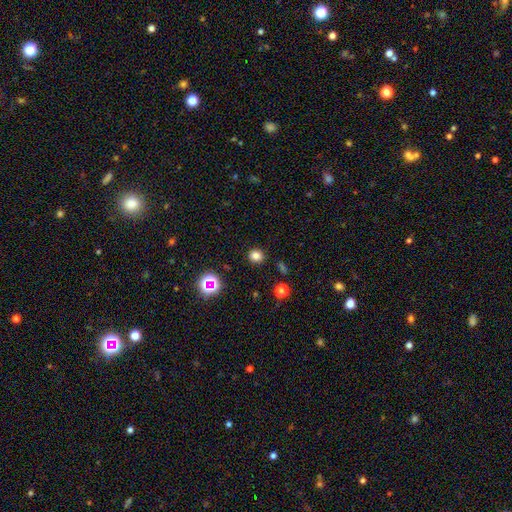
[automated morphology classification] This is likely a smooth galaxy (79%). How rounded: likely round (75%). Merging: clearly none (88%).